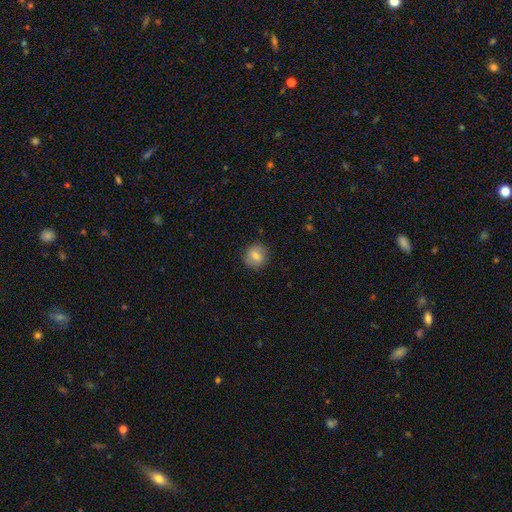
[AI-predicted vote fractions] smooth_or_featured: smooth (p=0.78) [alt: featured or disk p=0.13]
how_rounded: round (p=0.85) [alt: in between p=0.14]
merging: none (p=0.87) [alt: minor disturbance p=0.10]